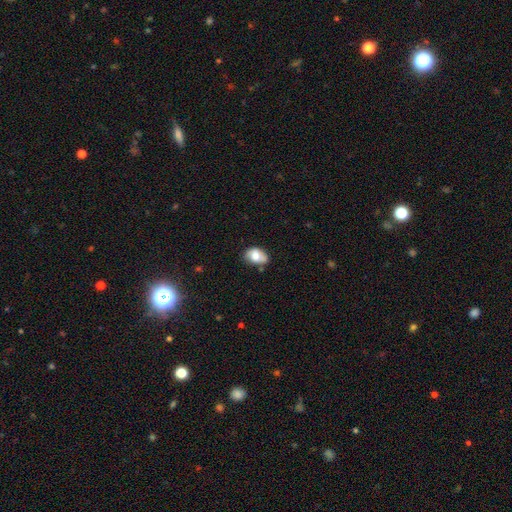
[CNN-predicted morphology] Smooth or featured? Predicted: smooth (p=0.74). How rounded? Predicted: in between (p=0.80). Merging? Predicted: none (p=0.52).